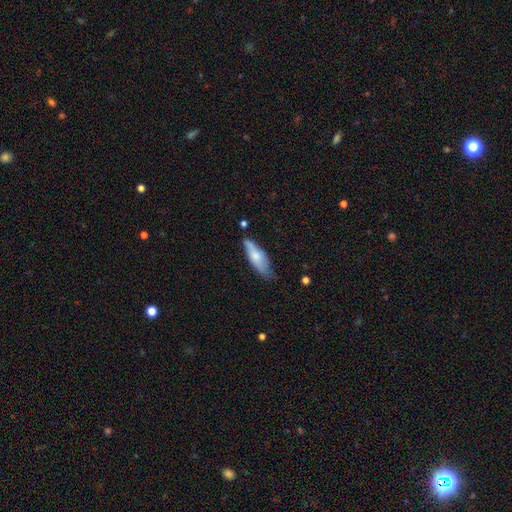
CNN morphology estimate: smooth 67%, featured or disk 28%, star or artifact 6%. Down the decision tree: how rounded — in between (53%); merging — none (56%).